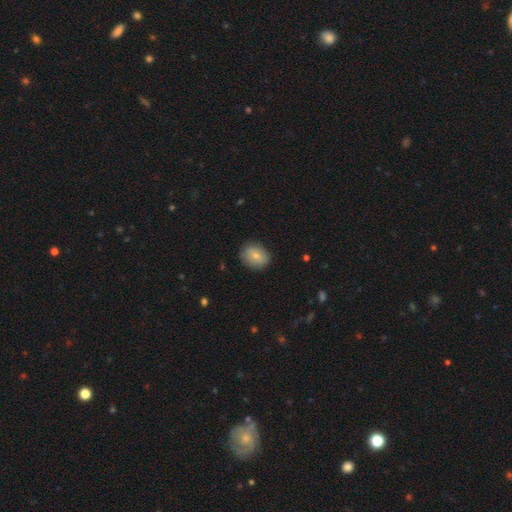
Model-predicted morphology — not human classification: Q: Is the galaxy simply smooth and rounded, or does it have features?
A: smooth — 77%.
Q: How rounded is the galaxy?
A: in between — 52%.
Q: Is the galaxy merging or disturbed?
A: none — 84%.